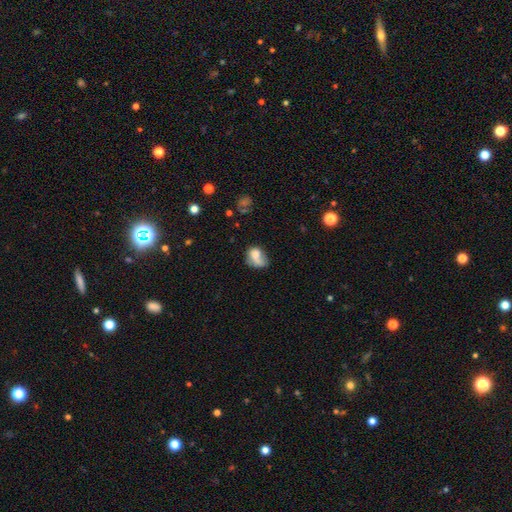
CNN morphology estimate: Overall: smooth (67%). How rounded: in between (68%; round 30%). Merging: none (31%; minor disturbance 29%).